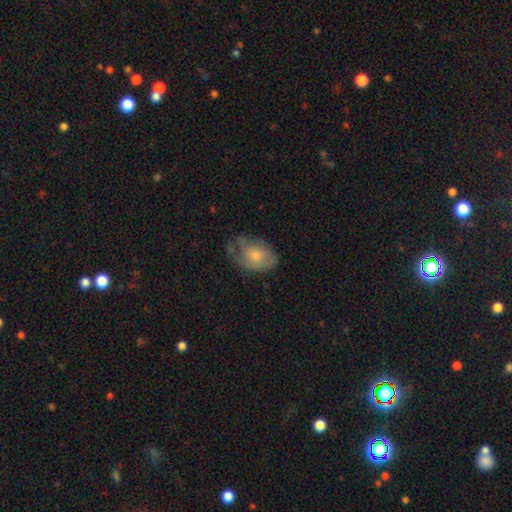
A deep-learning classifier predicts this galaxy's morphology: smooth_or_featured: smooth (p=0.51) [alt: featured or disk p=0.42]
how_rounded: in between (p=0.84) [alt: round p=0.15]
merging: none (p=0.43) [alt: minor disturbance p=0.32]